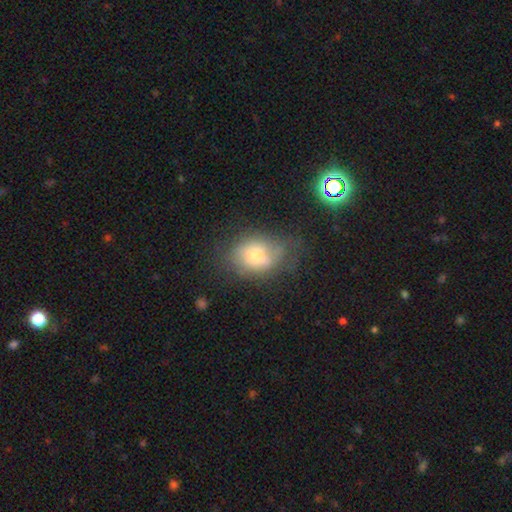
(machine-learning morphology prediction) Smooth or featured?
  - smooth: 59% *
  - featured or disk: 29%
  - star or artifact: 12%
How rounded?
  - in between: 59% *
  - round: 40%
  - cigar-shaped: 2%
Merging?
  - none: 49% *
  - minor disturbance: 28%
  - major disturbance: 20%
  - merger: 3%